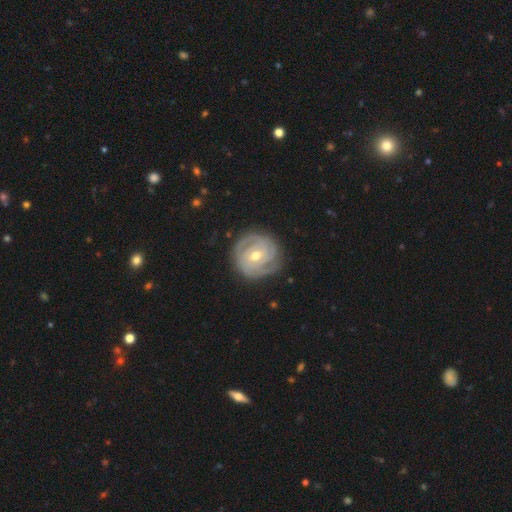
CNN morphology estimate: Smooth or featured?
  - featured or disk: 87% *
  - smooth: 8%
  - star or artifact: 5%
Edge-on disk?
  - no: 98% *
  - yes: 2%
Bar?
  - no: 54% *
  - weak: 35%
  - strong: 11%
Spiral arms?
  - yes: 96% *
  - no: 4%
Spiral winding?
  - tight: 81% *
  - medium: 16%
  - loose: 3%
Spiral arm count?
  - 3: 32% *
  - 2: 30%
  - can't tell: 19%
  - 4: 8%
  - 1: 6%
  - more than 4: 5%
Bulge size?
  - moderate: 68% *
  - small: 28%
  - large: 2%
  - none: 1%
  - dominant: 1%
Merging?
  - none: 82% *
  - minor disturbance: 13%
  - major disturbance: 4%
  - merger: 1%